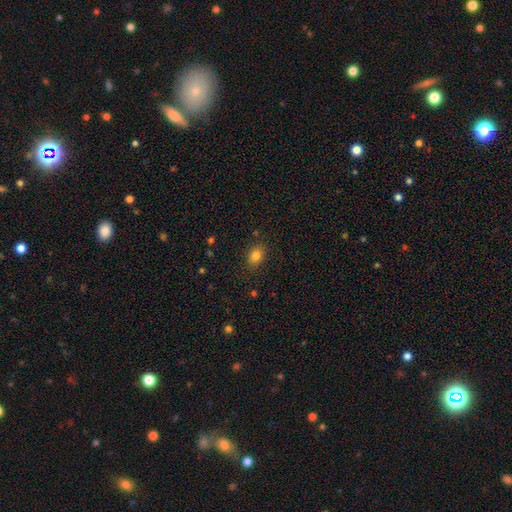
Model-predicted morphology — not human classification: Overall: smooth (83%). How rounded: in between (72%). Merging: none (85%).